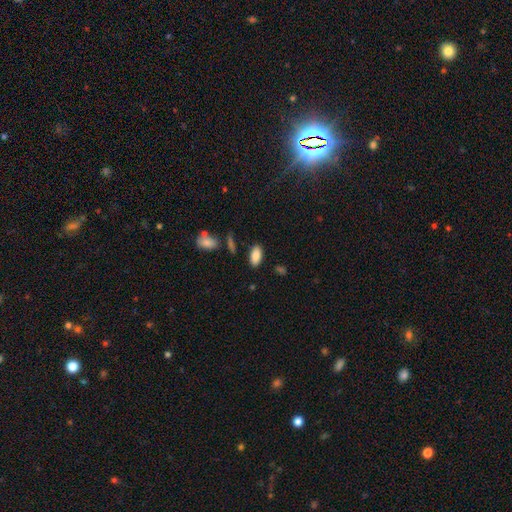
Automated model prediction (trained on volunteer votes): A smooth galaxy with no disk features (87%) that is in between round and cigar-shaped (92%). Merging: none (84%).